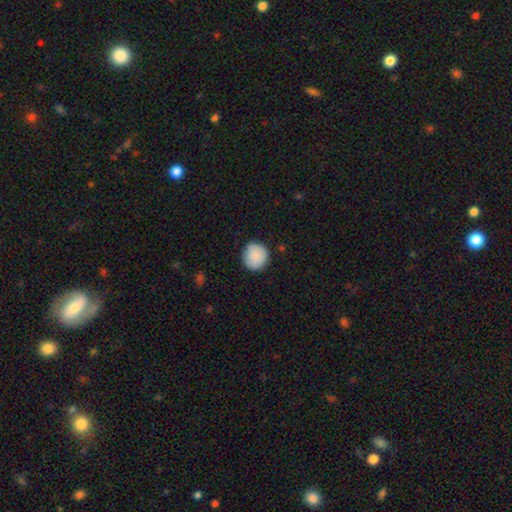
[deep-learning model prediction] This appears to be a smooth galaxy with no disk features (88%) that is round (92%). Merging: none (86%).